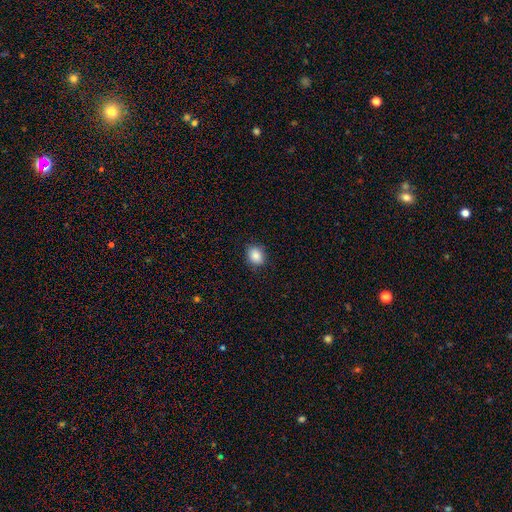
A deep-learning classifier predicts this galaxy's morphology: smooth 87%, star or artifact 9%, featured or disk 4%. Down the decision tree: how rounded — round (56%); merging — none (88%).